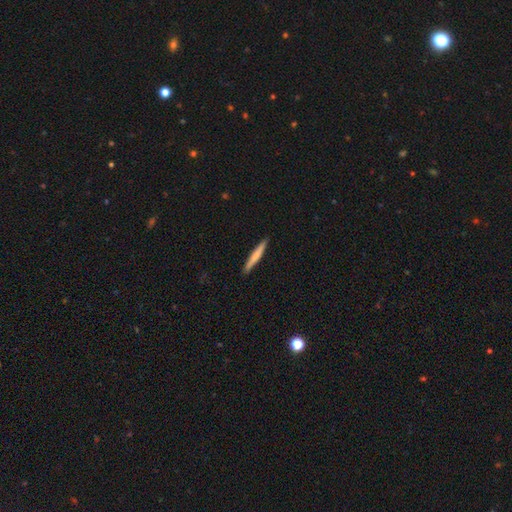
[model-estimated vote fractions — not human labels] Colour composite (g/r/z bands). It shows a smooth galaxy with no disk features (69%) that is cigar-shaped (96%). Merging: none (91%).